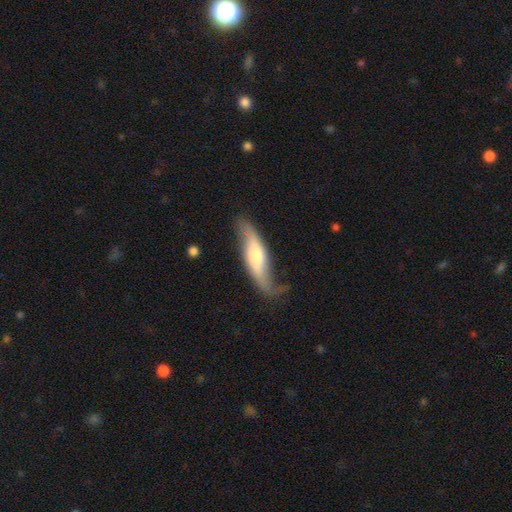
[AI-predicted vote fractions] A featured or disk galaxy (67%).

Vote fractions:
- Smooth or featured? featured or disk: 67% / smooth: 27% / star or artifact: 6%
- Edge-on disk? no: 66% / yes: 34%
- Merging? none: 58% / minor disturbance: 27% / major disturbance: 12% / merger: 3%